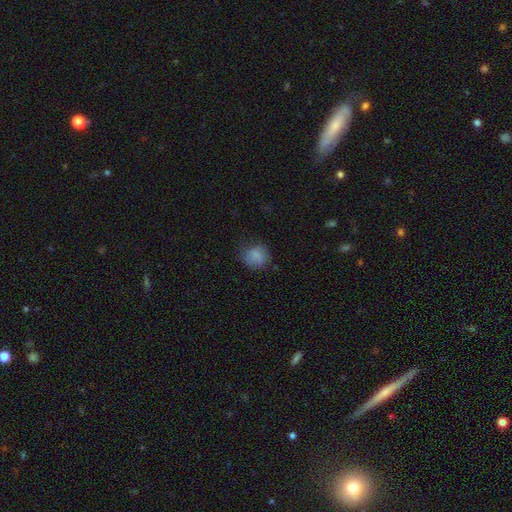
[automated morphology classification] This appears to be a smooth galaxy with no disk features (80%) that is round (75%). Merging: none (68%).